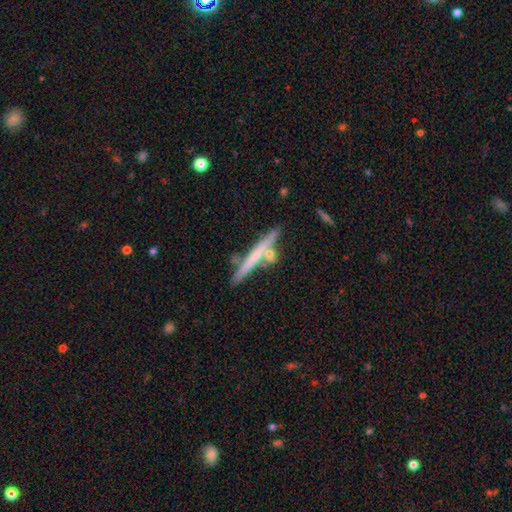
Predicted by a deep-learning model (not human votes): This is possibly a featured or disk galaxy (49%). Merging: likely none (72%).